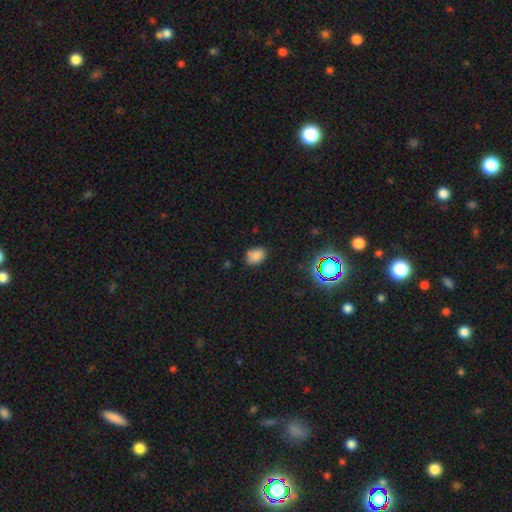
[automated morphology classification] smooth-or-featured: smooth: 80% | star or artifact: 14% | featured or disk: 6%
  how-rounded: in between: 74% | round: 25% | cigar-shaped: 1%
  merging: none: 76% | minor disturbance: 19% | major disturbance: 3% | merger: 2%